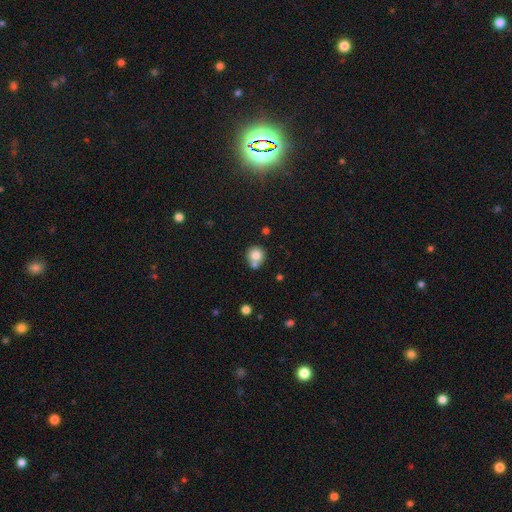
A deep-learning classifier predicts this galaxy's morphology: smooth_or_featured: smooth (p=0.79) [alt: featured or disk p=0.11]
how_rounded: round (p=0.91) [alt: in between p=0.08]
merging: none (p=0.59) [alt: merger p=0.28]